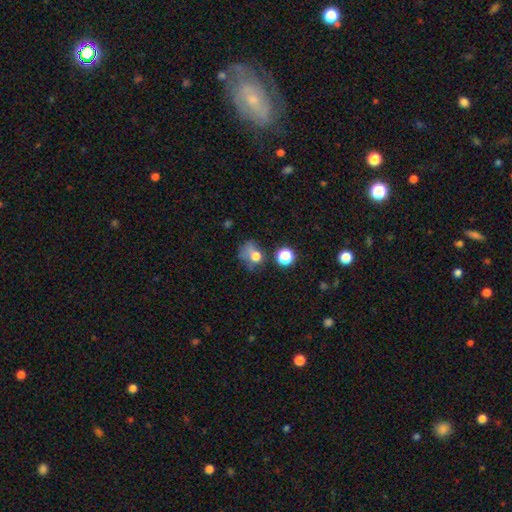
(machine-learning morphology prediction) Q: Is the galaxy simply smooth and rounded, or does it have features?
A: smooth — 64%.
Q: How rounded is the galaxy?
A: round — 60%.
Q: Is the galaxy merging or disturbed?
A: none — 33%.